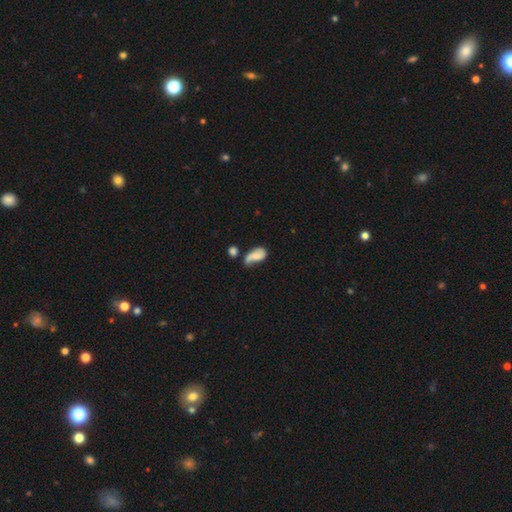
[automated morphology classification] Smooth or featured? smooth (50%)
How rounded? in between (87%)
Merging? none (31%)